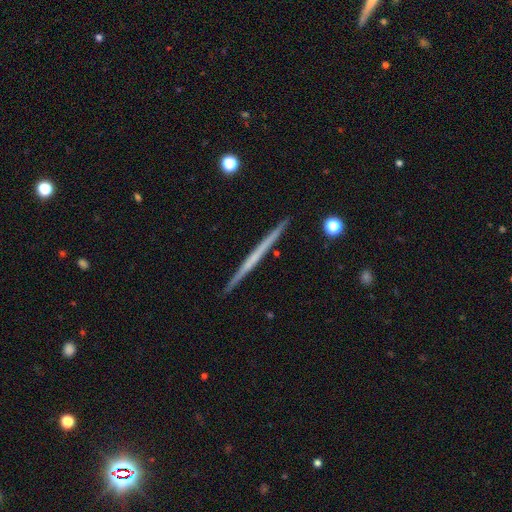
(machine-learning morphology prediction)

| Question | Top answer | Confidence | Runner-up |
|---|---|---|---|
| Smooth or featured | featured or disk | 61% | smooth (33%) |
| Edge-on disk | yes | 98% | no (2%) |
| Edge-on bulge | none | 90% | rounded (7%) |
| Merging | none | 92% | minor disturbance (5%) |